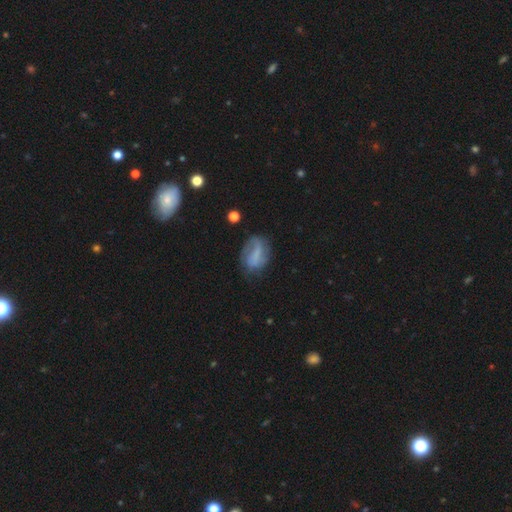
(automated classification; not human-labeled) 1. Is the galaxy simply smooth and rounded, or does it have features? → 46% featured or disk, 43% smooth, 10% star or artifact.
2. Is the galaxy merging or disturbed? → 51% none, 28% minor disturbance, 18% major disturbance, 3% merger.